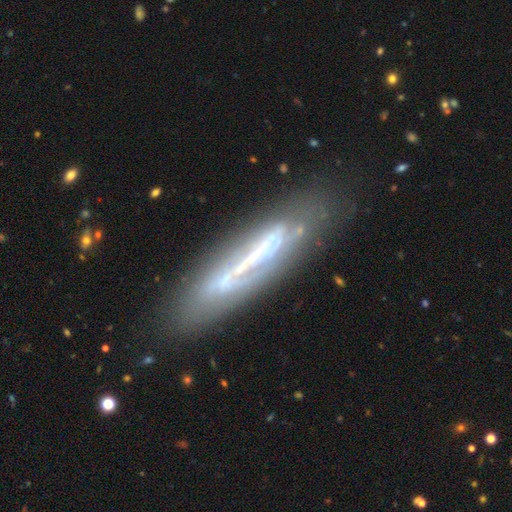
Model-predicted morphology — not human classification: This is likely a featured or disk galaxy (65%). It is likely viewed edge-on (62%). Merging: likely none (72%).